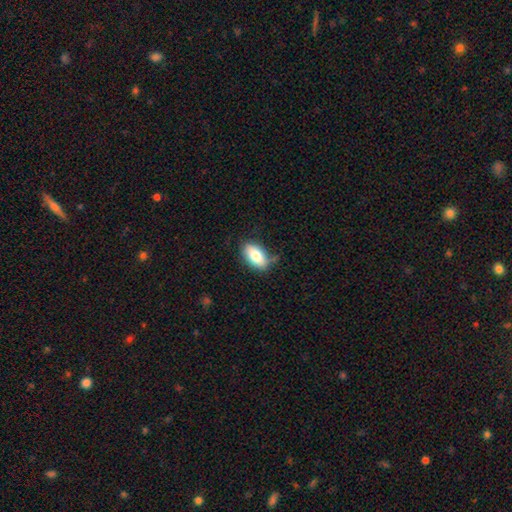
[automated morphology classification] Smooth or featured? smooth (78%)
How rounded? in between (91%)
Merging? none (70%)